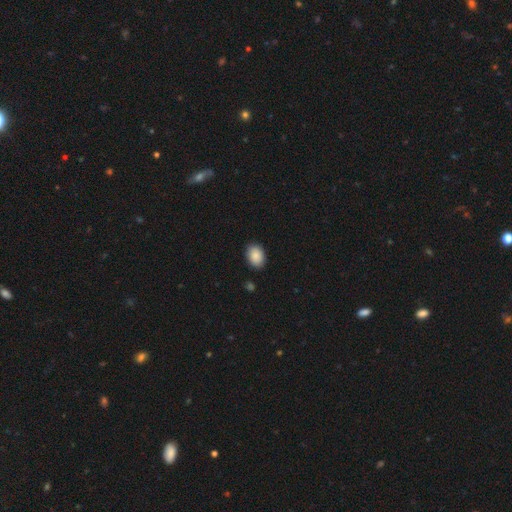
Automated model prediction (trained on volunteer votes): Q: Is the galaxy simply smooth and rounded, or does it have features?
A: smooth — 89%.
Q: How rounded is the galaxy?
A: in between — 76%.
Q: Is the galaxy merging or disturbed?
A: none — 88%.